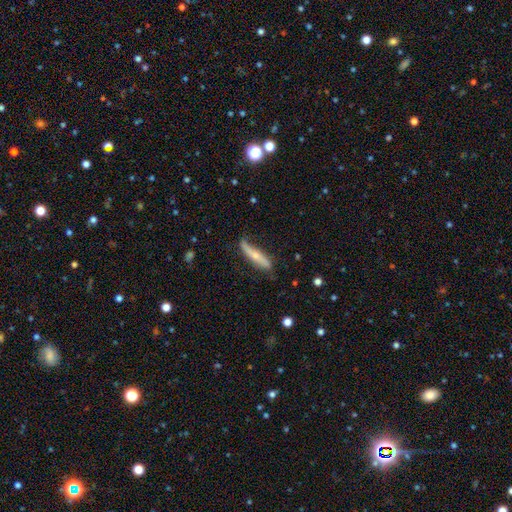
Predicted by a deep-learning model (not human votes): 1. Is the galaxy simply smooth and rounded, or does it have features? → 52% featured or disk, 42% smooth, 6% star or artifact.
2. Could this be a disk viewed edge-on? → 70% yes, 30% no.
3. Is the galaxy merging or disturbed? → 63% none, 28% minor disturbance, 7% major disturbance, 2% merger.